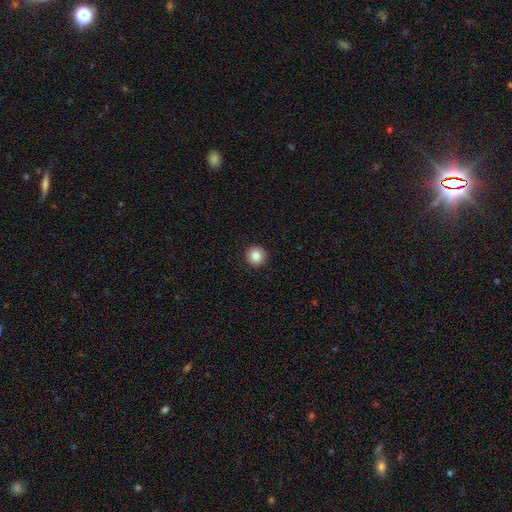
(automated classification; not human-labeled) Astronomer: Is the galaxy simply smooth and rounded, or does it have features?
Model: smooth — 86%.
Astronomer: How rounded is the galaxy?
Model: round — 96%.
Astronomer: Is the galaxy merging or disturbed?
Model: none — 93%.